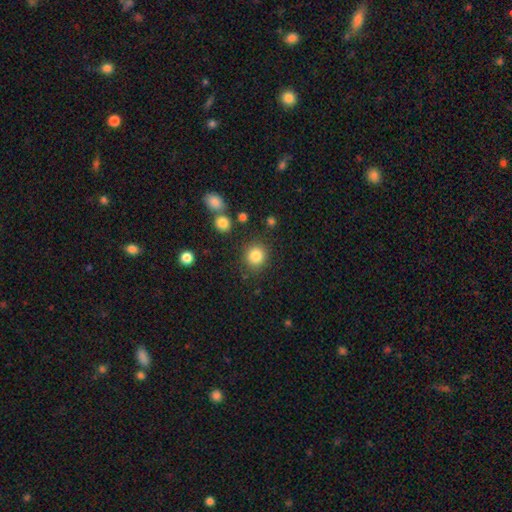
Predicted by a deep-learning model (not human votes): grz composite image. It shows a smooth galaxy with no disk features (85%) that is round (86%). Merging: none (85%).